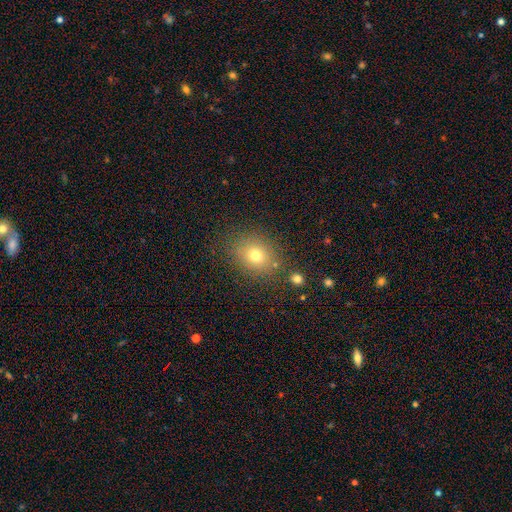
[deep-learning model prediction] Overall: smooth (73%). How rounded: round (54%; in between 45%). Merging: none (80%).